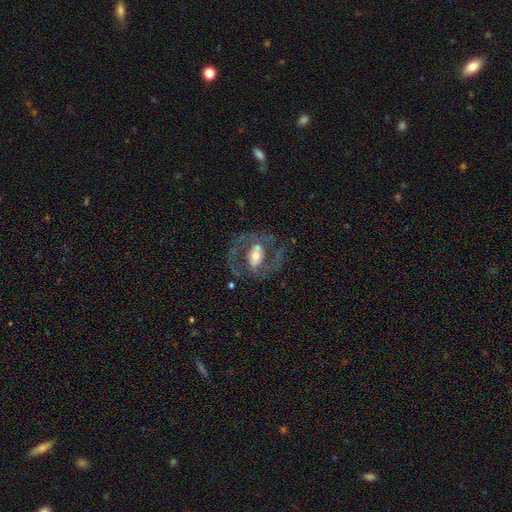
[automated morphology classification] Q: Smooth or featured?
A: featured or disk (74%); runner-up: smooth (19%)
Q: Edge-on disk?
A: no (94%); runner-up: yes (6%)
Q: Bar?
A: no (37%); runner-up: weak (34%)
Q: Spiral arms?
A: yes (71%); runner-up: no (29%)
Q: Bulge size?
A: moderate (61%); runner-up: small (18%)
Q: Merging?
A: none (61%); runner-up: major disturbance (19%)